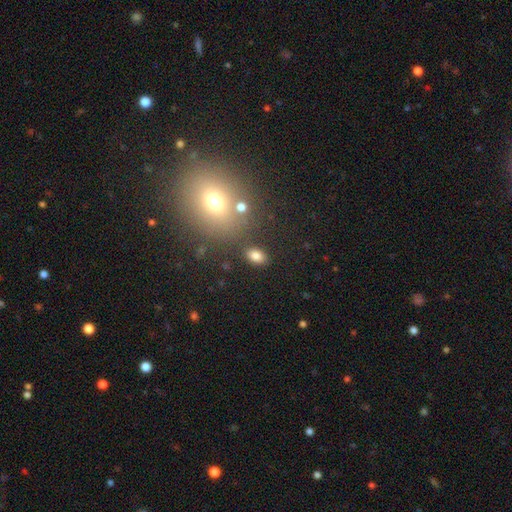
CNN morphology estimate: A smooth galaxy with no disk features (81%) that is in between round and cigar-shaped (84%). Merging: none (82%).